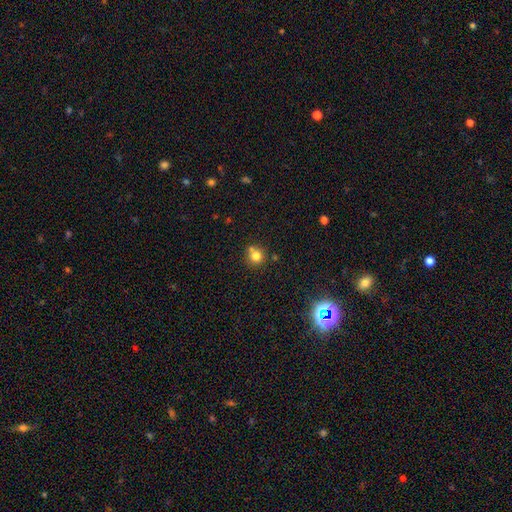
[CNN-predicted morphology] This appears to be a smooth galaxy with no disk features (78%) that is round (89%). Merging: none (63%).